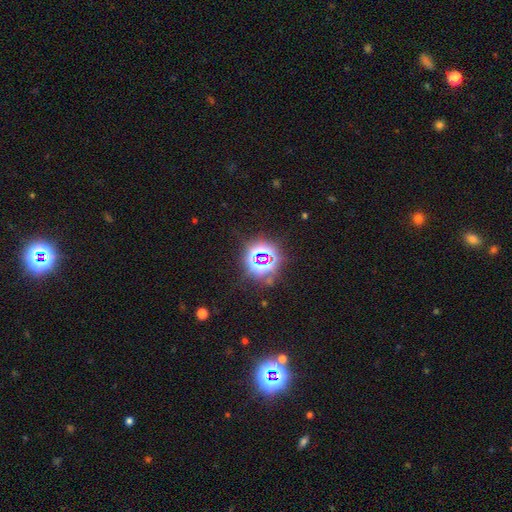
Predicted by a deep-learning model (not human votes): Smooth or featured? star or artifact (77%)